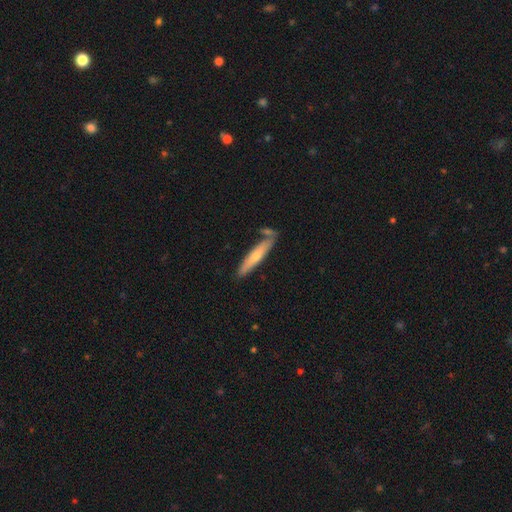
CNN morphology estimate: Smooth or featured: featured or disk — 51% (smooth — 42%)
Edge-on disk: yes — 85% (no — 15%)
Merging: none — 77% (minor disturbance — 14%)